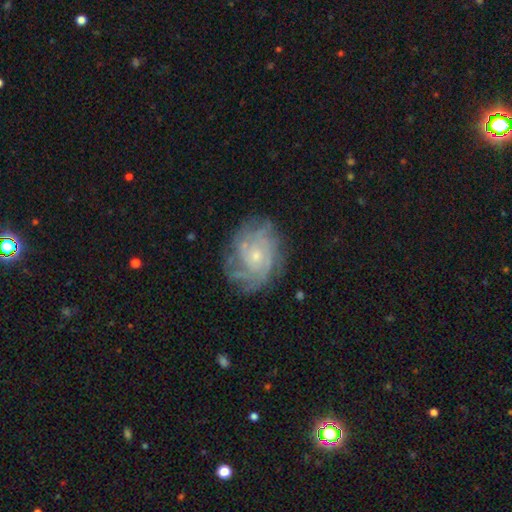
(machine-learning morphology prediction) A featured or disk galaxy (77%) with no bar (79%), tight (61%) spiral arms (91%) and a small central bulge (70%).

Vote fractions:
- Smooth or featured? featured or disk: 77% / smooth: 14% / star or artifact: 9%
- Edge-on disk? no: 97% / yes: 3%
- Bar? no: 79% / weak: 18% / strong: 3%
- Spiral arms? yes: 91% / no: 9%
- Spiral winding? tight: 61% / medium: 28% / loose: 10%
- Spiral arm count? can't tell: 42% / 4: 18% / more than 4: 14% / 3: 11% / 2: 9% / 1: 6%
- Bulge size? small: 70% / moderate: 25% / none: 2% / large: 2% / dominant: 1%
- Merging? none: 74% / minor disturbance: 17% / major disturbance: 8% / merger: 1%